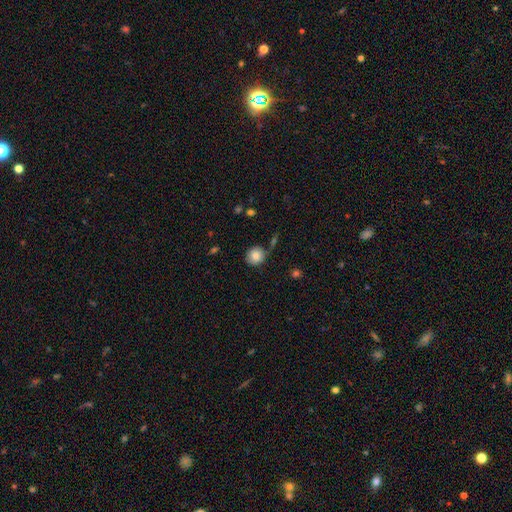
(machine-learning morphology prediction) A smooth galaxy with no disk features (84%) that is round (86%). Merging: none (71%).